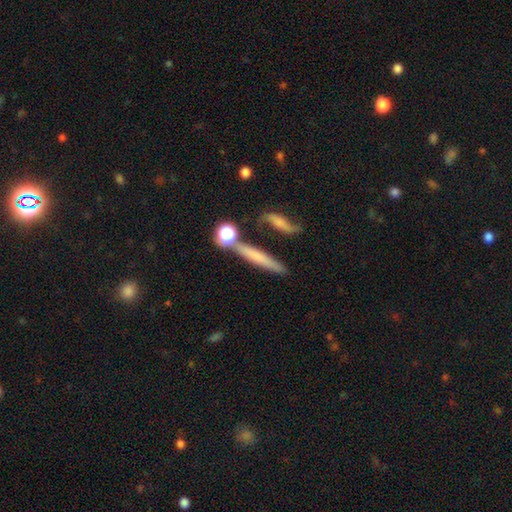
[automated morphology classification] This is possibly a smooth galaxy (56%). How rounded: likely cigar-shaped (79%). Merging: likely none (68%).